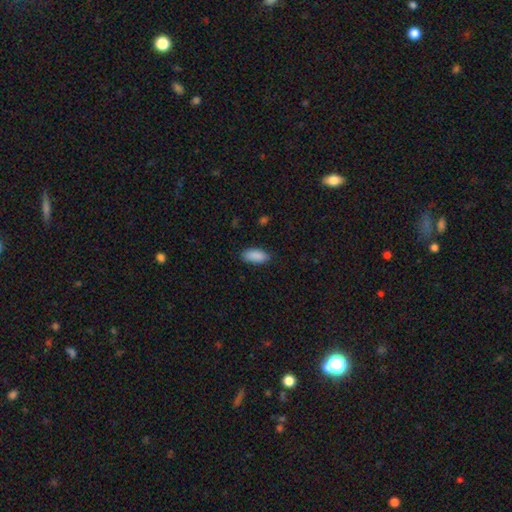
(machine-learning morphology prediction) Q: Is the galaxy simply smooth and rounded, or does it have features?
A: smooth — 90%.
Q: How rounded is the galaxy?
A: in between — 87%.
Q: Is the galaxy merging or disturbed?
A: none — 85%.